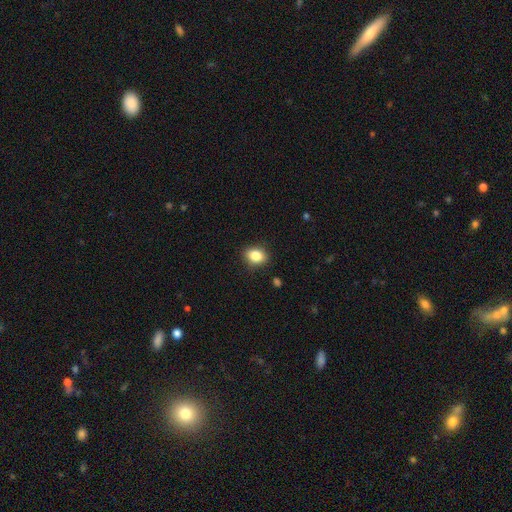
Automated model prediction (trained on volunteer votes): smooth_or_featured: smooth (p=0.85) [alt: star or artifact p=0.09]
how_rounded: in between (p=0.58) [alt: round p=0.41]
merging: none (p=0.87) [alt: minor disturbance p=0.10]